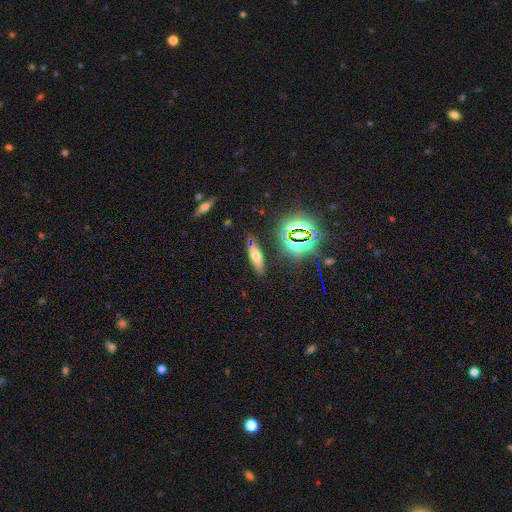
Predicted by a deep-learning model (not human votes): Smooth or featured: smooth — 50% (featured or disk — 29%)
Merging: none — 79% (minor disturbance — 13%)